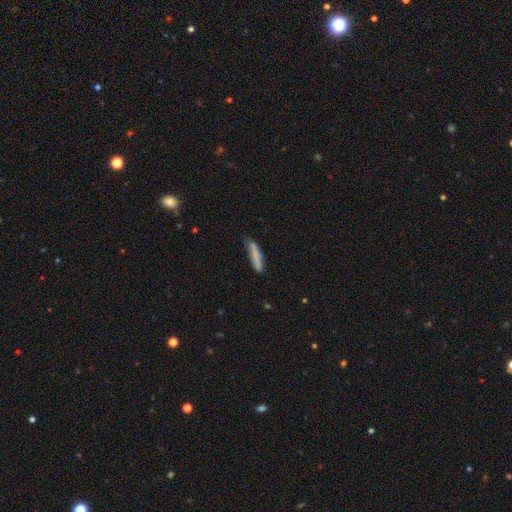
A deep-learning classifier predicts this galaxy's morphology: Q: Smooth or featured?
A: smooth (77%); runner-up: featured or disk (17%)
Q: How rounded?
A: cigar-shaped (89%); runner-up: in between (10%)
Q: Merging?
A: none (68%); runner-up: minor disturbance (25%)